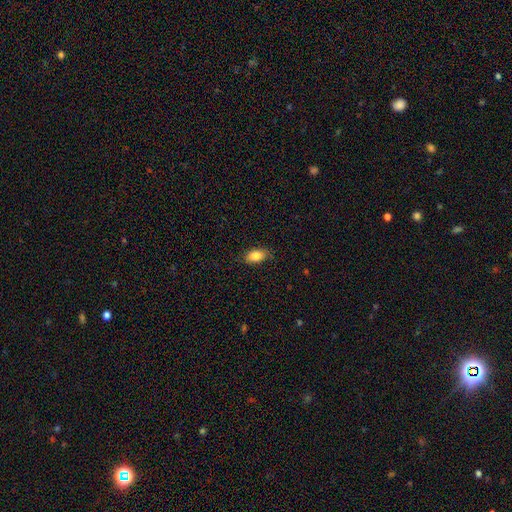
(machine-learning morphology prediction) This is clearly a smooth galaxy (85%). How rounded: clearly in between (90%). Merging: clearly none (82%).